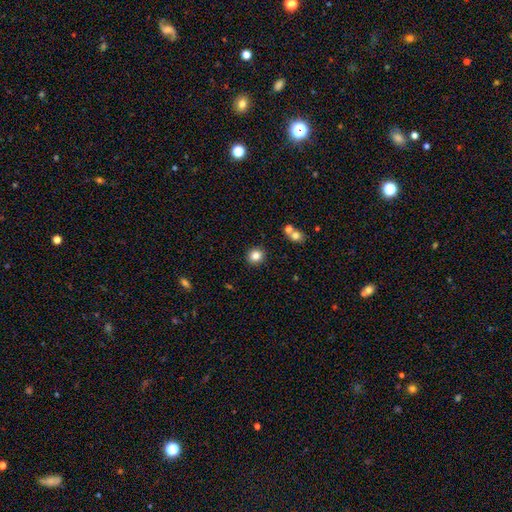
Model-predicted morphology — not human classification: Smooth or featured? smooth (83%)
How rounded? round (88%)
Merging? none (90%)